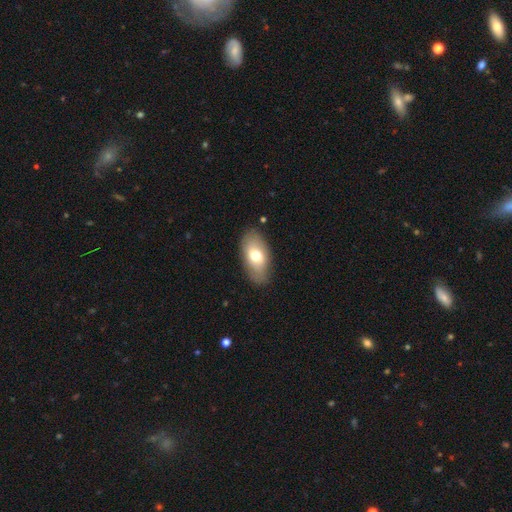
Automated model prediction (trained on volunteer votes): Smooth or featured? smooth (67%)
How rounded? in between (92%)
Merging? none (82%)